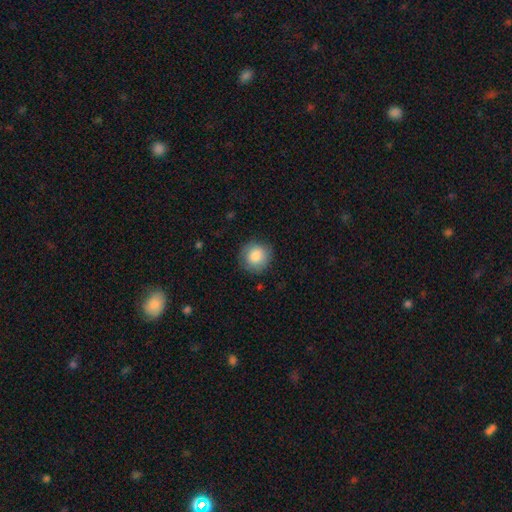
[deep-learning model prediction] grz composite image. It shows a smooth galaxy with no disk features (85%) that is round (91%). Merging: none (86%).